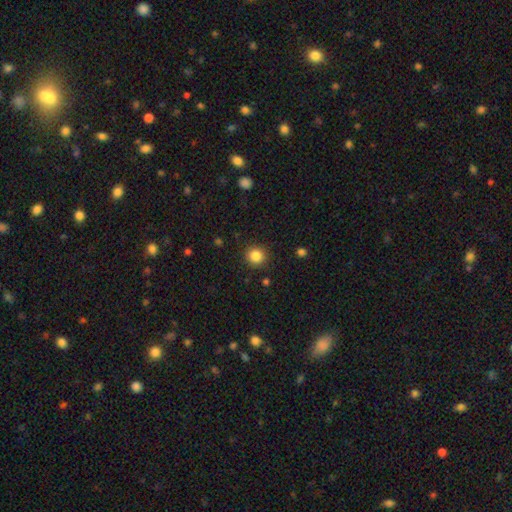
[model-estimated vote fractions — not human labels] A smooth galaxy with no disk features (85%) that is round (93%).

Vote fractions:
- Smooth or featured? smooth: 85% / star or artifact: 11% / featured or disk: 4%
- How rounded? round: 93% / in between: 6% / cigar-shaped: 1%
- Merging? none: 90% / minor disturbance: 6% / major disturbance: 2% / merger: 1%